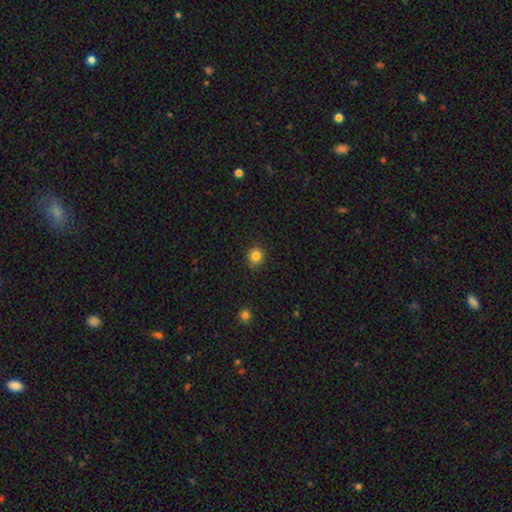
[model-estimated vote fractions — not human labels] smooth-or-featured: smooth: 83% | star or artifact: 12% | featured or disk: 5%
  how-rounded: round: 91% | in between: 8% | cigar-shaped: 1%
  merging: none: 89% | minor disturbance: 8% | major disturbance: 2% | merger: 1%